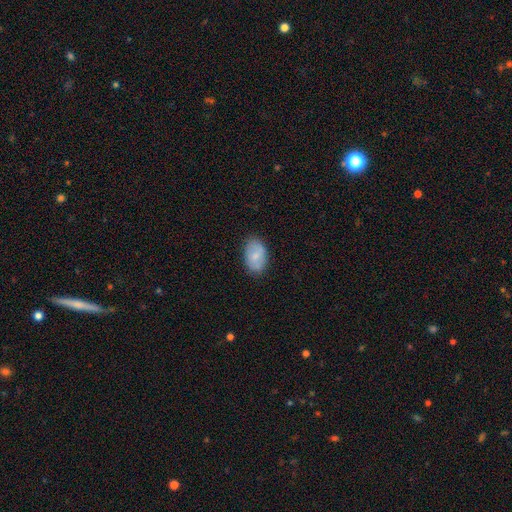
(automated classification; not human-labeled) Smooth or featured? Predicted: smooth (p=0.75). How rounded? Predicted: in between (p=0.91). Merging? Predicted: none (p=0.81).